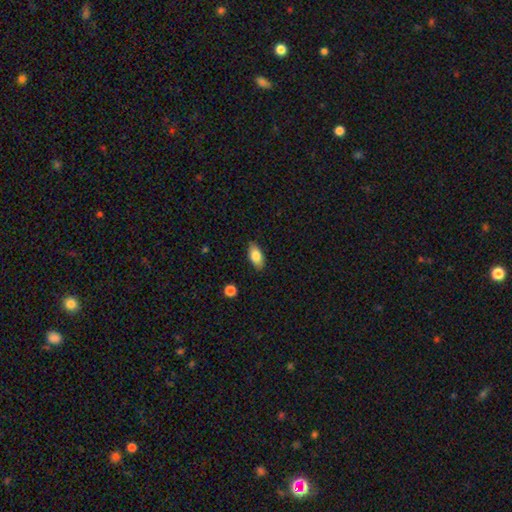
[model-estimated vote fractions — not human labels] Smooth or featured?
  - smooth: 82% *
  - featured or disk: 11%
  - star or artifact: 7%
How rounded?
  - in between: 91% *
  - cigar-shaped: 5%
  - round: 4%
Merging?
  - none: 86% *
  - minor disturbance: 11%
  - major disturbance: 2%
  - merger: 1%